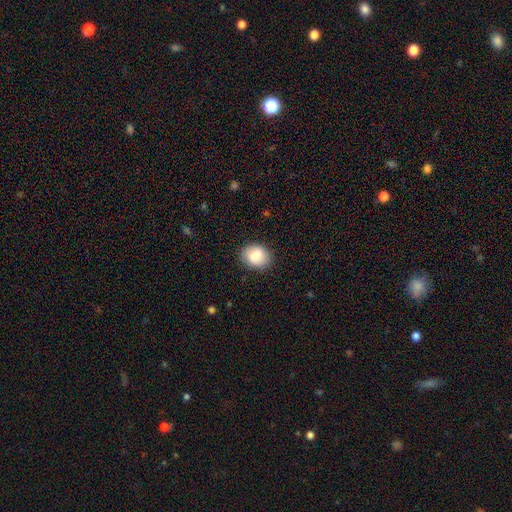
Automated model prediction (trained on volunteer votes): A smooth galaxy with no disk features (76%) that is in between round and cigar-shaped (60%).

Vote fractions:
- Smooth or featured? smooth: 76% / featured or disk: 16% / star or artifact: 8%
- How rounded? in between: 60% / round: 39% / cigar-shaped: 1%
- Merging? none: 82% / minor disturbance: 13% / major disturbance: 4% / merger: 1%